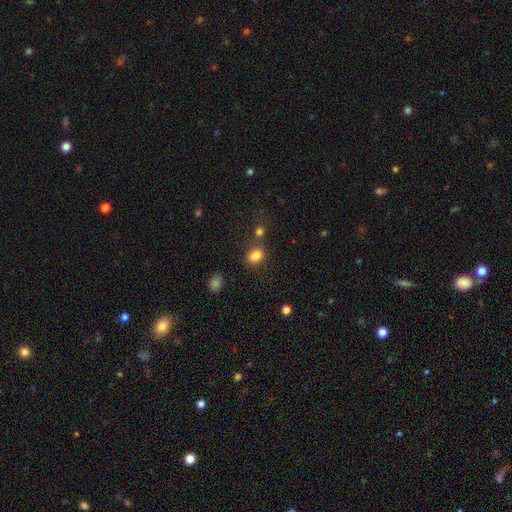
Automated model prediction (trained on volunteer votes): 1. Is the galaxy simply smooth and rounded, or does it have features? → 84% smooth, 11% star or artifact, 5% featured or disk.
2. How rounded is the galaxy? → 66% in between, 32% round, 1% cigar-shaped.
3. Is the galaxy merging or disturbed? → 68% none, 14% merger, 13% minor disturbance, 5% major disturbance.